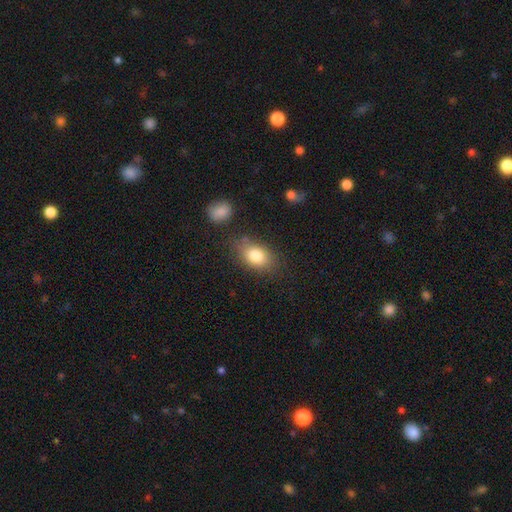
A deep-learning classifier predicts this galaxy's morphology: The model was most divided on "merging": none: 72%, minor disturbance: 17%, merger: 6%, major disturbance: 5%. More confident: how rounded — in between (83%); smooth or featured — smooth (82%).